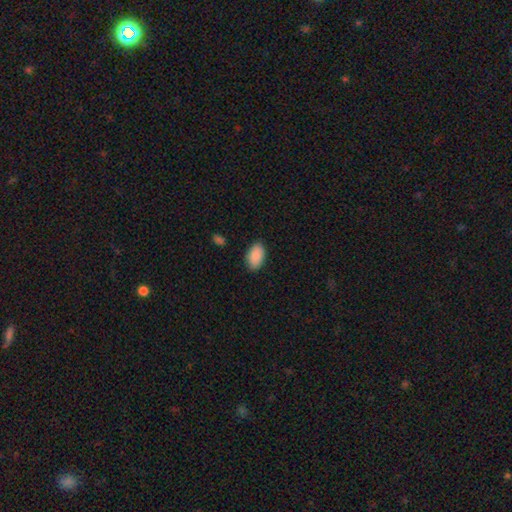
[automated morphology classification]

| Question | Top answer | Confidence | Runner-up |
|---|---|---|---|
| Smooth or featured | smooth | 91% | star or artifact (6%) |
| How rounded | in between | 94% | round (5%) |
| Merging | none | 88% | minor disturbance (9%) |